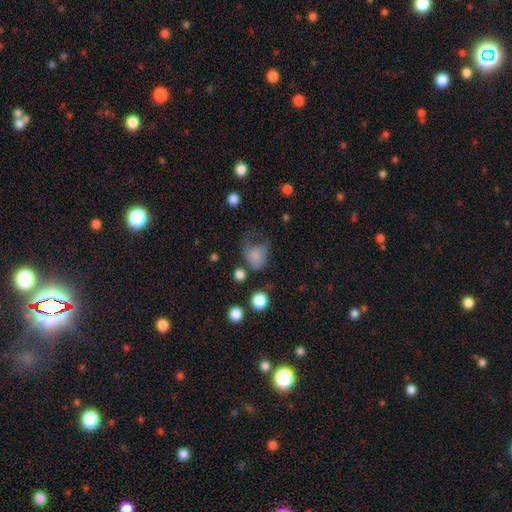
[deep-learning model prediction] A smooth galaxy with no disk features (74%) that is round (53%).

Vote fractions:
- Smooth or featured? smooth: 74% / featured or disk: 15% / star or artifact: 12%
- How rounded? round: 53% / in between: 46% / cigar-shaped: 1%
- Merging? major disturbance: 37% / none: 30% / minor disturbance: 28% / merger: 5%